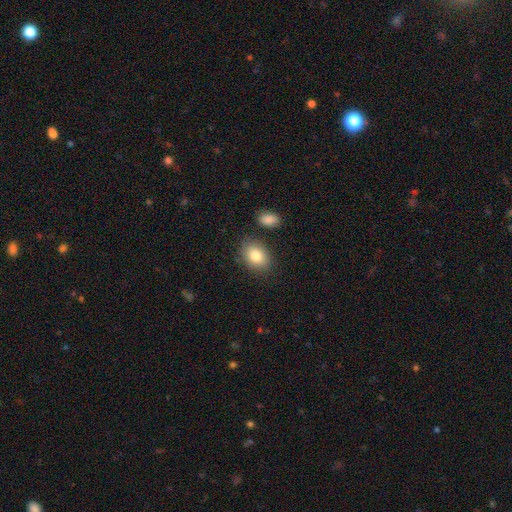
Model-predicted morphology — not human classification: Smooth or featured?
  - smooth: 83% *
  - featured or disk: 9%
  - star or artifact: 8%
How rounded?
  - in between: 73% *
  - round: 26%
  - cigar-shaped: 1%
Merging?
  - none: 81% *
  - minor disturbance: 12%
  - merger: 5%
  - major disturbance: 3%